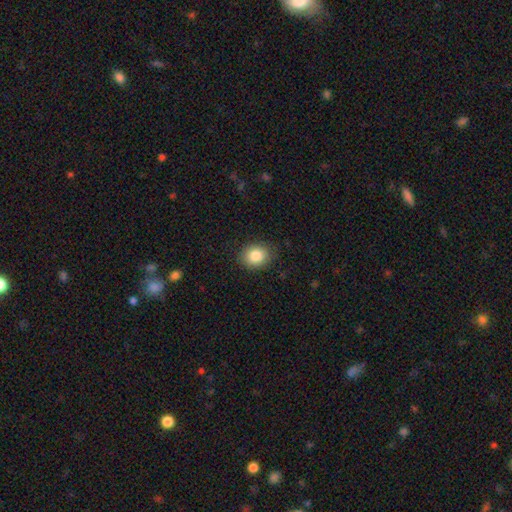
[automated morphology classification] Smooth or featured? smooth (85%)
How rounded? round (62%)
Merging? none (87%)